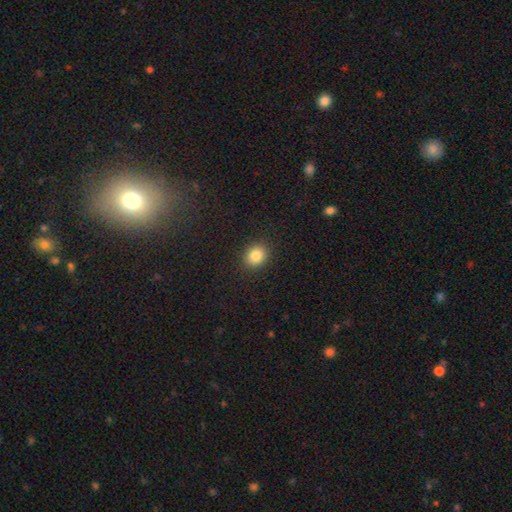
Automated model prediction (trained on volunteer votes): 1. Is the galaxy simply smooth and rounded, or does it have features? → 84% smooth, 11% star or artifact, 6% featured or disk.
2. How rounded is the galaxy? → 69% round, 30% in between, 1% cigar-shaped.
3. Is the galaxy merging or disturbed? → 90% none, 7% minor disturbance, 2% major disturbance, 1% merger.